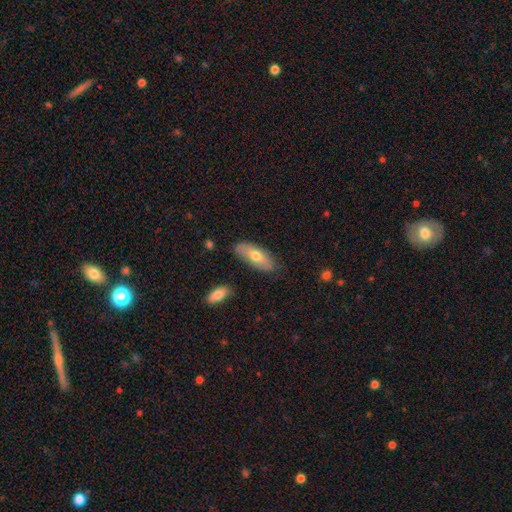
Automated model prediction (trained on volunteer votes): Morphology: type=smooth (62%); roundness=in between (74%); merging=none (80%).